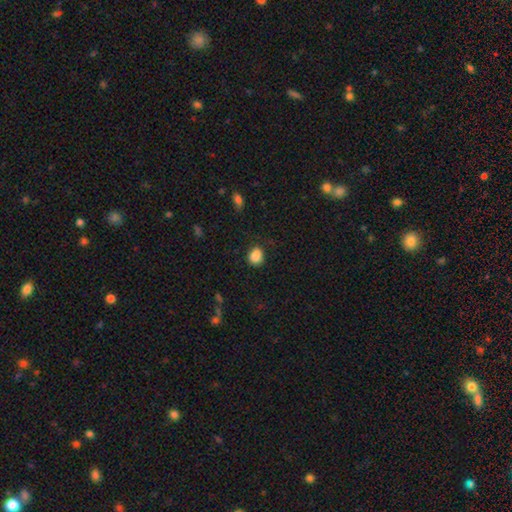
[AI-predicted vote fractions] Overall: smooth (87%). How rounded: round (58%; in between 41%). Merging: none (77%).